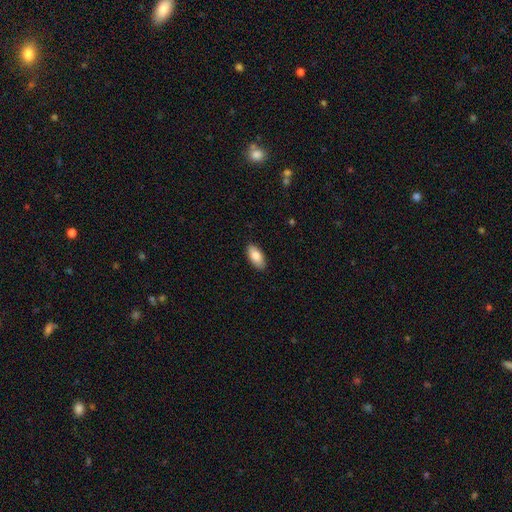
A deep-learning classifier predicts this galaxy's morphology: Smooth or featured?
  - smooth: 86% *
  - featured or disk: 8%
  - star or artifact: 6%
How rounded?
  - in between: 92% *
  - cigar-shaped: 5%
  - round: 2%
Merging?
  - none: 88% *
  - minor disturbance: 9%
  - major disturbance: 2%
  - merger: 1%